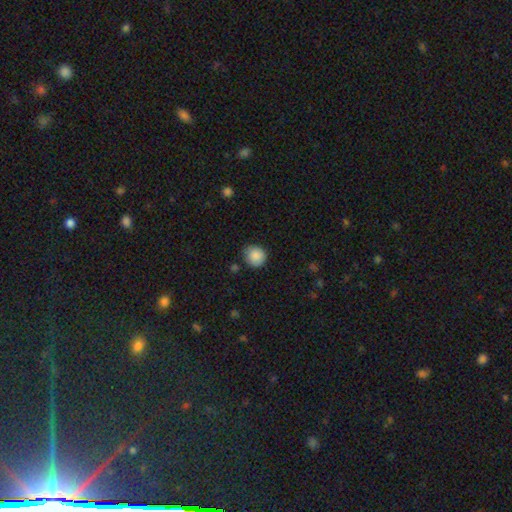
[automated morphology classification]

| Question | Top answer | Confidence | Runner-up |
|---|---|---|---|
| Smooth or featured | smooth | 88% | star or artifact (8%) |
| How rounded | round | 89% | in between (10%) |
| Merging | none | 77% | minor disturbance (17%) |